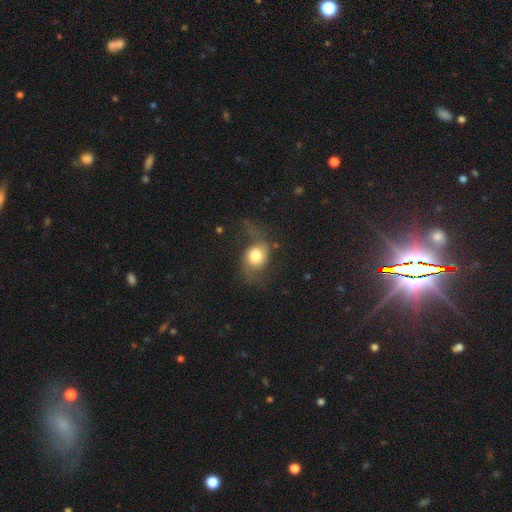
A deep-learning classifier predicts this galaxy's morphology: Smooth or featured? Predicted: smooth (p=0.53). How rounded? Predicted: round (p=0.56). Merging? Predicted: none (p=0.44).